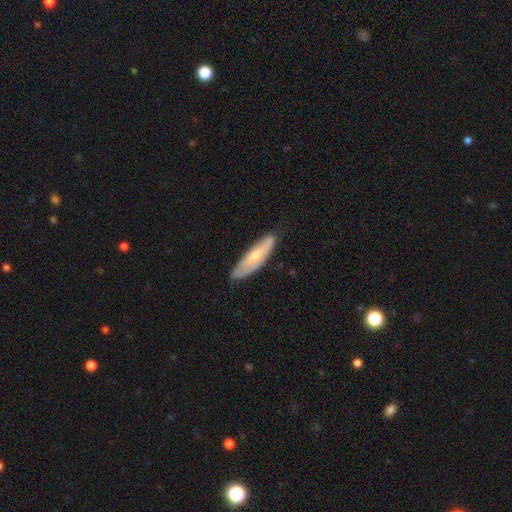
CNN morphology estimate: Smooth or featured? smooth (60%)
How rounded? cigar-shaped (63%)
Merging? none (75%)